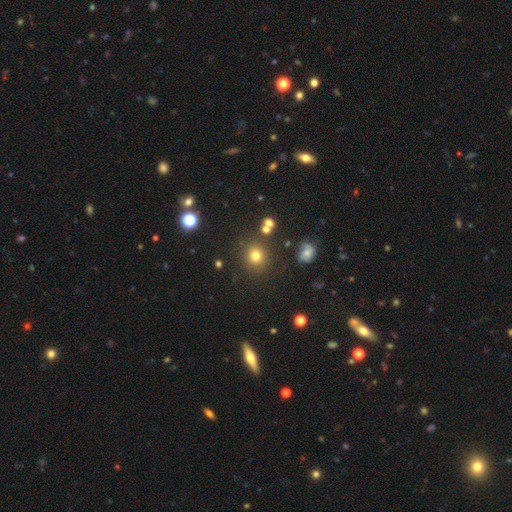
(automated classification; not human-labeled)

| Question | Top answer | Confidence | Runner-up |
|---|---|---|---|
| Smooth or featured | smooth | 73% | star or artifact (19%) |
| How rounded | round | 87% | in between (12%) |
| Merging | none | 82% | minor disturbance (9%) |